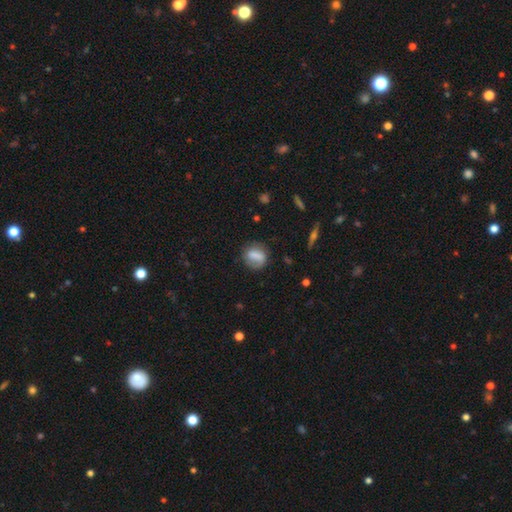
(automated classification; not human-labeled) smooth 73%, featured or disk 19%, star or artifact 9%. Down the decision tree: how rounded — round (59%); merging — none (61%).